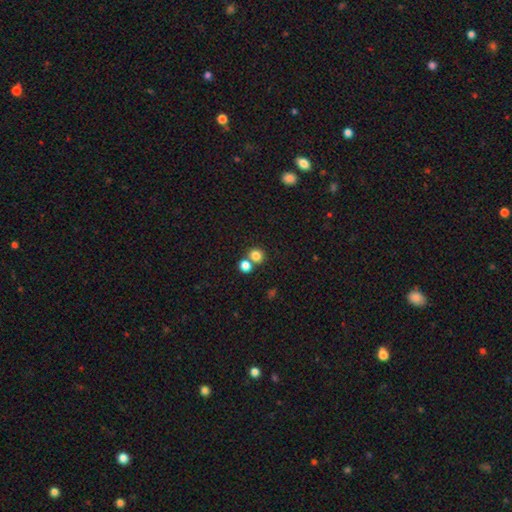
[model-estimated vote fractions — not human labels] smooth_or_featured: smooth (p=0.81) [alt: star or artifact p=0.13]
how_rounded: round (p=0.82) [alt: in between p=0.17]
merging: none (p=0.59) [alt: merger p=0.31]